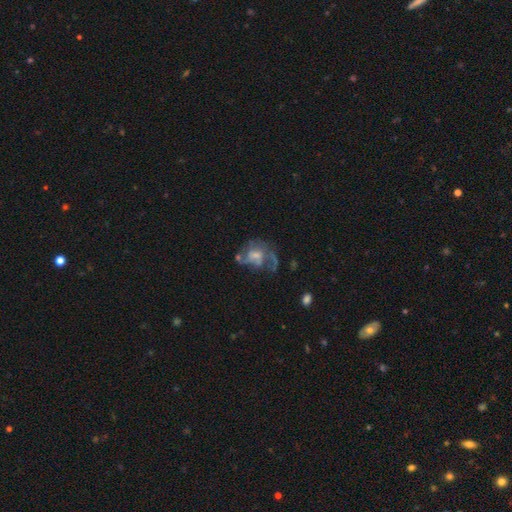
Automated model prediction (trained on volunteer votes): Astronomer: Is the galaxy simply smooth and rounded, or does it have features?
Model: featured or disk — 66%.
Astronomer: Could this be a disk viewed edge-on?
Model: no — 98%.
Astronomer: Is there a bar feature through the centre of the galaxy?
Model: no — 67%.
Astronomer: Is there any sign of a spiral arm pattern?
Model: yes — 60% (runner-up: no, 40%).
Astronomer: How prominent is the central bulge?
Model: moderate — 40% (runner-up: small, 33%).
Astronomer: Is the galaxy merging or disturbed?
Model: major disturbance — 39% (runner-up: none, 34%).